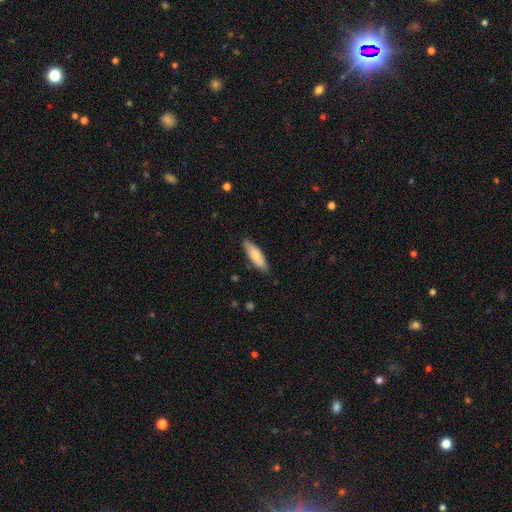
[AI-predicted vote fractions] Smooth or featured?
  - smooth: 81% *
  - featured or disk: 14%
  - star or artifact: 5%
How rounded?
  - cigar-shaped: 55% *
  - in between: 44%
  - round: 1%
Merging?
  - none: 85% *
  - minor disturbance: 12%
  - major disturbance: 2%
  - merger: 1%